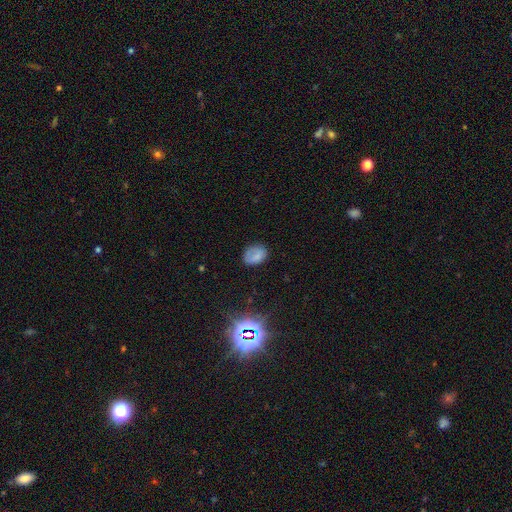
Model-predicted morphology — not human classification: This appears to be a smooth galaxy with no disk features (73%) that is in between round and cigar-shaped (68%). Merging: none (67%).